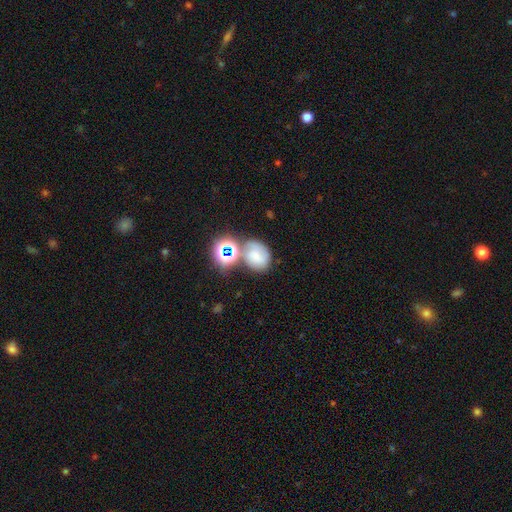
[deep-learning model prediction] Smooth or featured? Predicted: smooth (p=0.52). How rounded? Predicted: round (p=0.59). Merging? Predicted: none (p=0.46).